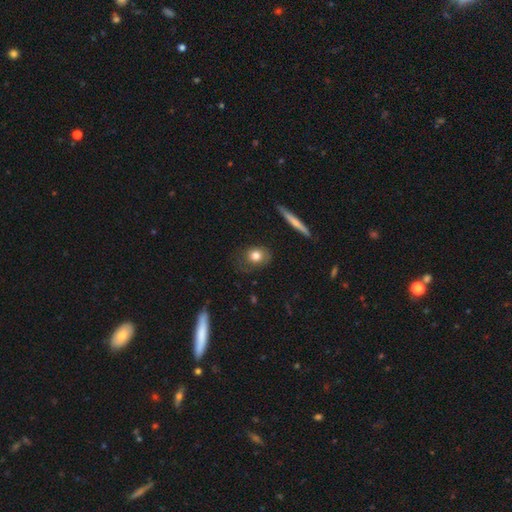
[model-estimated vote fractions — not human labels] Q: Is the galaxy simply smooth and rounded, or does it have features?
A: smooth — 76%.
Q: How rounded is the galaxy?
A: round — 55%.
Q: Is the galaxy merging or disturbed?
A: none — 69%.